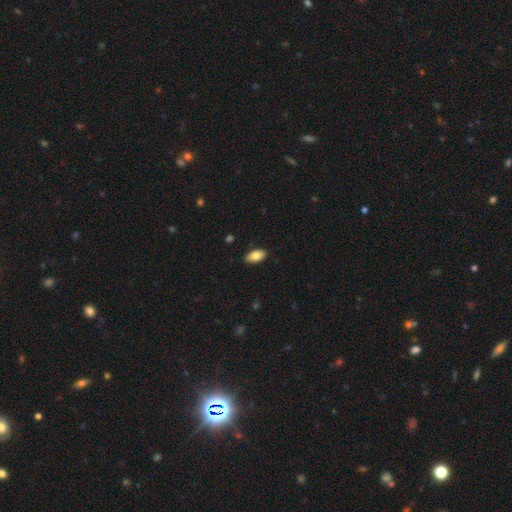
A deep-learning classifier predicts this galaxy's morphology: smooth_or_featured: smooth (p=0.83) [alt: featured or disk p=0.10]
how_rounded: in between (p=0.93) [alt: cigar-shaped p=0.04]
merging: none (p=0.87) [alt: minor disturbance p=0.10]